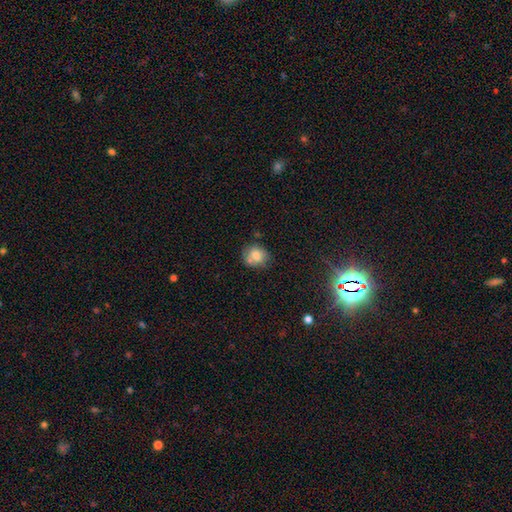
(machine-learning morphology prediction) type=smooth (75%); roundness=round (68%); merging=none (56%).